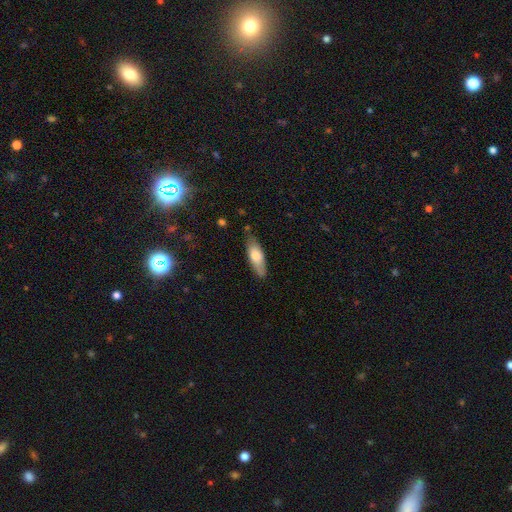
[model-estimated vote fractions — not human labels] Smooth or featured? smooth (71%)
How rounded? in between (58%)
Merging? none (77%)